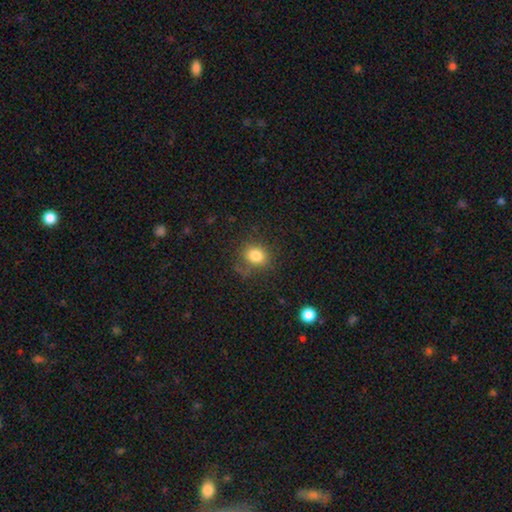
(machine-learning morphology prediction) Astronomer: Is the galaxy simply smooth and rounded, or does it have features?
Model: smooth — 81%.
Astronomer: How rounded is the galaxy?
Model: round — 60% (runner-up: in between, 39%).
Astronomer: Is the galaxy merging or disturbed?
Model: none — 68%.